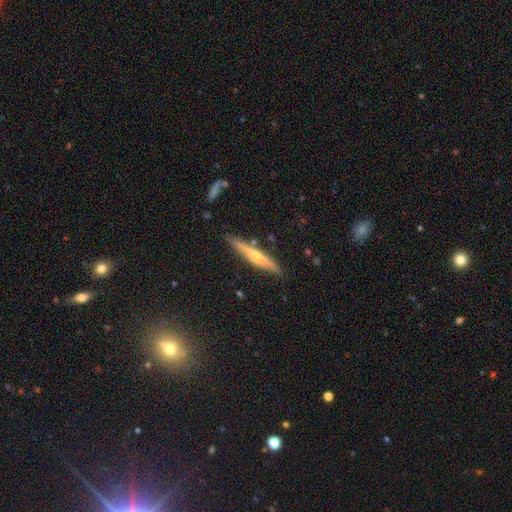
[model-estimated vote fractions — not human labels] Smooth or featured? Predicted: featured or disk (p=0.53). Edge-on disk? Predicted: yes (p=0.94). Merging? Predicted: none (p=0.83).